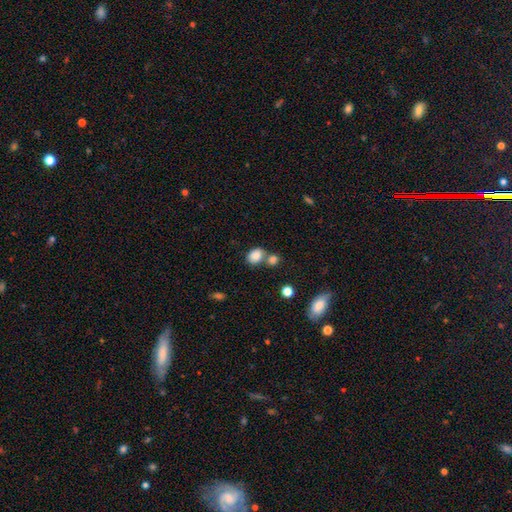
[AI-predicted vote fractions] A smooth galaxy with no disk features (83%) that is in between round and cigar-shaped (64%).

Vote fractions:
- Smooth or featured? smooth: 83% / star or artifact: 9% / featured or disk: 7%
- How rounded? in between: 64% / round: 35% / cigar-shaped: 1%
- Merging? none: 50% / merger: 36% / minor disturbance: 11% / major disturbance: 4%